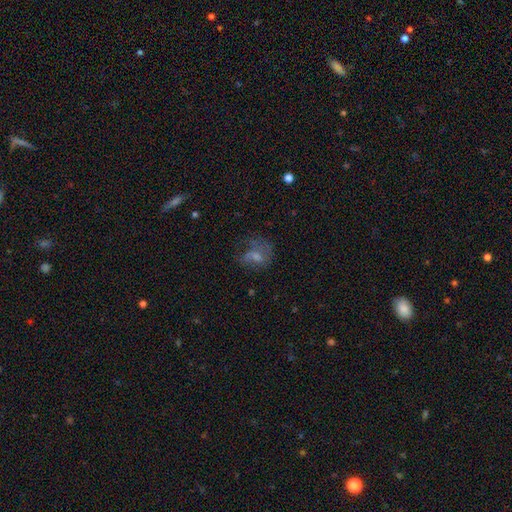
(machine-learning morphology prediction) A featured or disk galaxy (43%). Merging: none (43%).